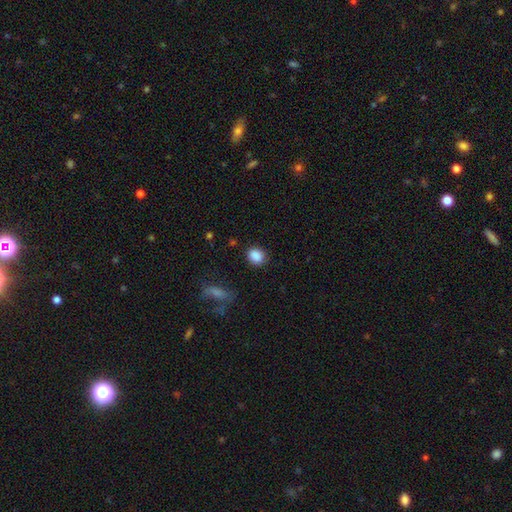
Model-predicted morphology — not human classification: Q: Smooth or featured?
A: smooth (88%); runner-up: star or artifact (9%)
Q: How rounded?
A: round (59%); runner-up: in between (40%)
Q: Merging?
A: none (82%); runner-up: minor disturbance (12%)